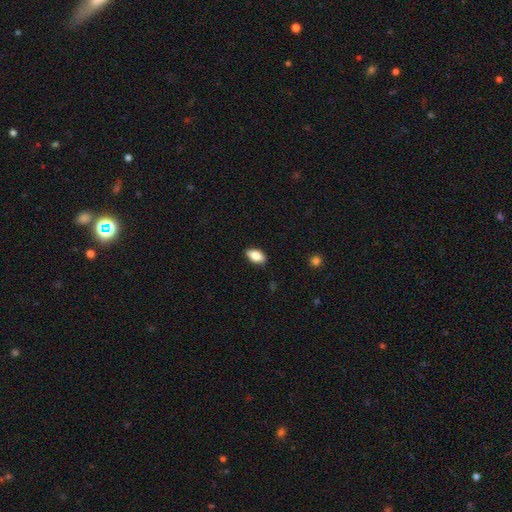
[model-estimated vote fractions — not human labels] This is clearly a smooth galaxy (86%). How rounded: clearly in between (91%). Merging: clearly none (86%).